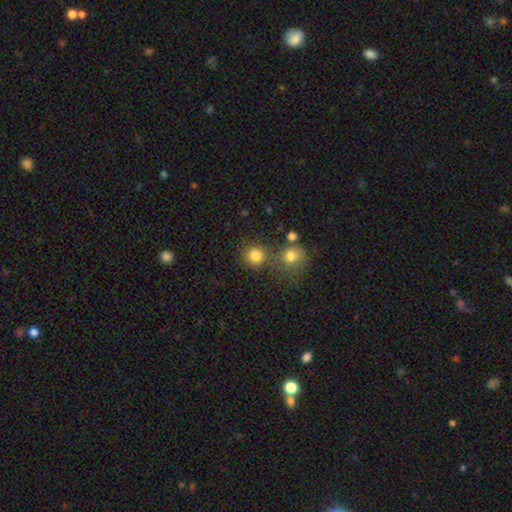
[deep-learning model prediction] Overall: smooth (81%). How rounded: round (89%). Merging: none (64%).